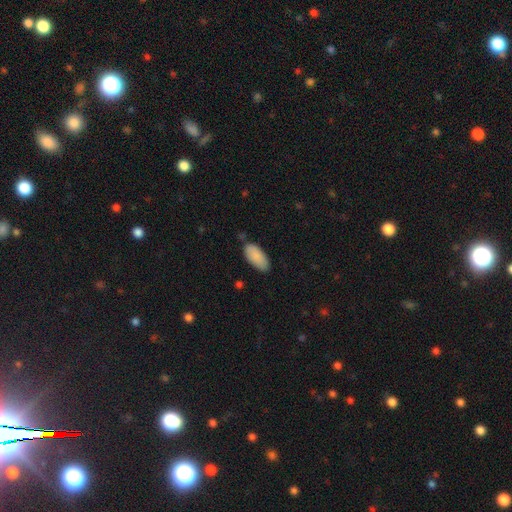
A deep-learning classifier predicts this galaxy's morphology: Smooth or featured? Predicted: smooth (p=0.89). How rounded? Predicted: in between (p=0.90). Merging? Predicted: none (p=0.78).